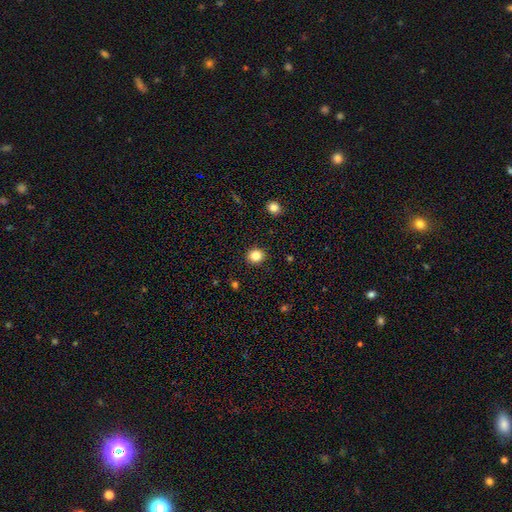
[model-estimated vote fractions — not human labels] Smooth or featured?
  - smooth: 83% *
  - star or artifact: 11%
  - featured or disk: 6%
How rounded?
  - round: 80% *
  - in between: 19%
  - cigar-shaped: 1%
Merging?
  - none: 92% *
  - minor disturbance: 5%
  - major disturbance: 2%
  - merger: 1%